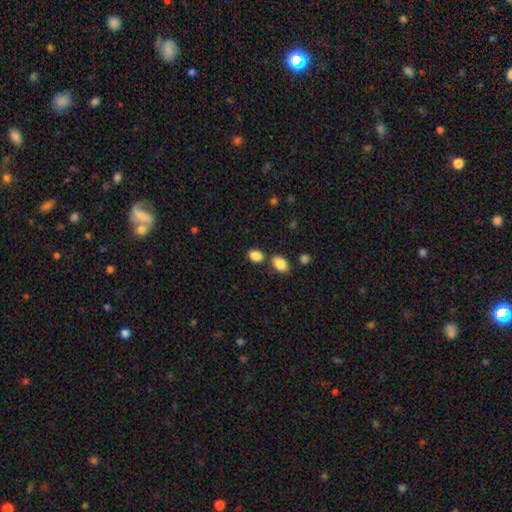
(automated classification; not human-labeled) Morphology: type=smooth (87%); roundness=in between (79%); merging=none (66%).